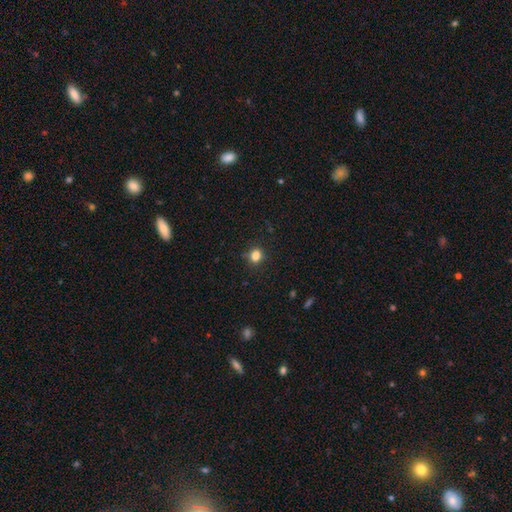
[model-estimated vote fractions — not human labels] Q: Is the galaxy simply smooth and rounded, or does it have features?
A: smooth — 82%.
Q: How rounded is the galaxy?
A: round — 73%.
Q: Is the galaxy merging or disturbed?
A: none — 84%.